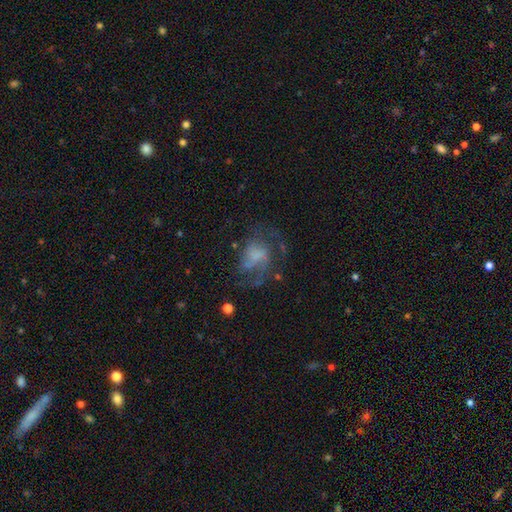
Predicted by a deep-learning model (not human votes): Smooth or featured? featured or disk (65%)
Edge-on disk? no (98%)
Bar? no (66%)
Spiral arms? yes (77%)
Bulge size? none (48%)
Merging? none (43%)